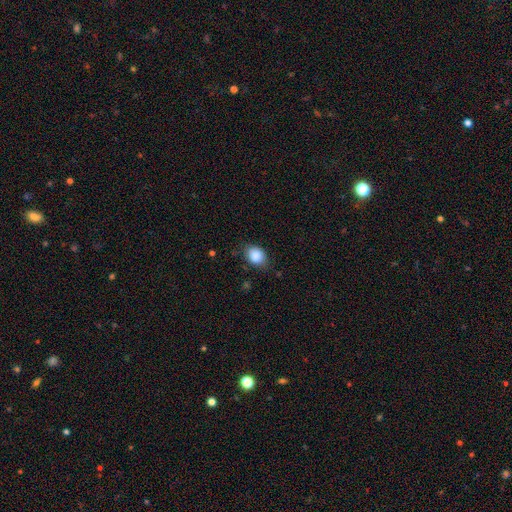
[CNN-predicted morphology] type=smooth (87%); roundness=in between (64%); merging=none (76%).